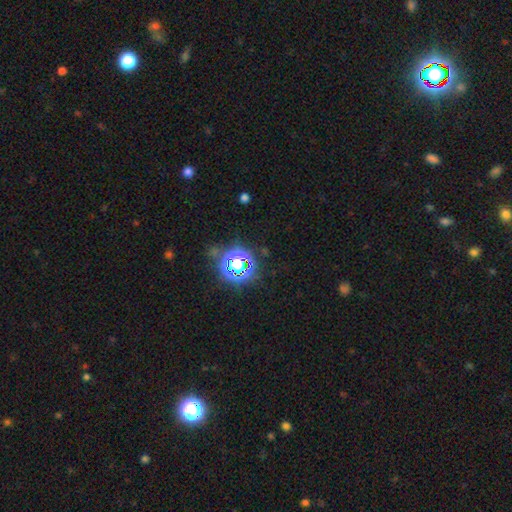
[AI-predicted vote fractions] smooth_or_featured: star or artifact (p=0.79) [alt: smooth p=0.14]